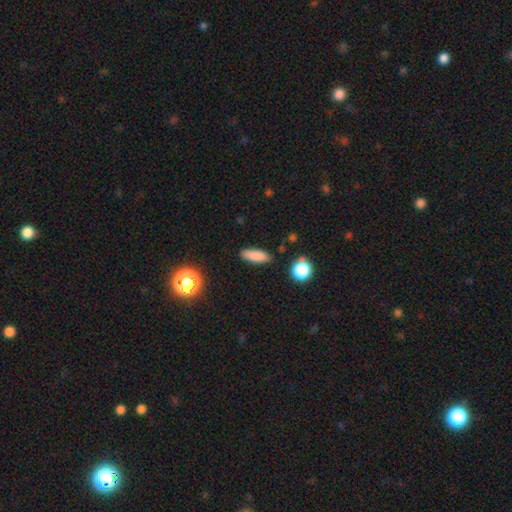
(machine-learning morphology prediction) Smooth or featured? Predicted: smooth (p=0.84). How rounded? Predicted: in between (p=0.56). Merging? Predicted: none (p=0.87).